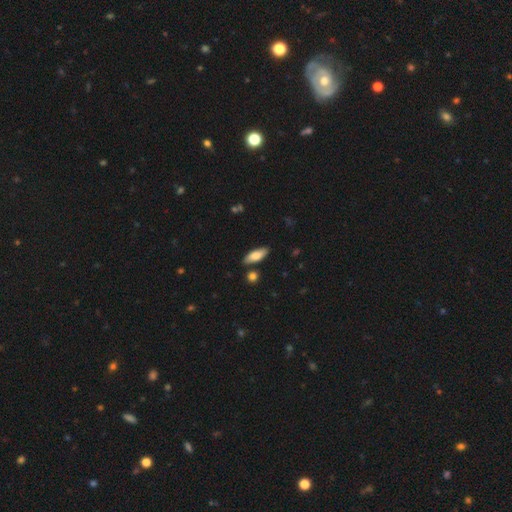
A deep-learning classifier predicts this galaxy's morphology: A smooth galaxy with no disk features (76%) that is in between round and cigar-shaped (67%). Merging: none (83%).